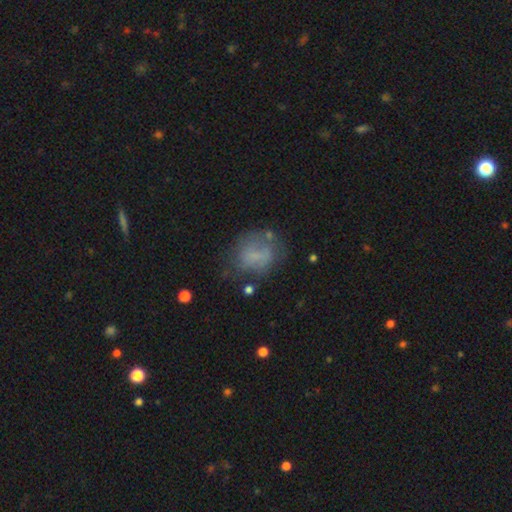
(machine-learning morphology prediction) smooth_or_featured: smooth (p=0.58) [alt: featured or disk p=0.30]
how_rounded: round (p=0.57) [alt: in between p=0.41]
merging: none (p=0.50) [alt: minor disturbance p=0.25]